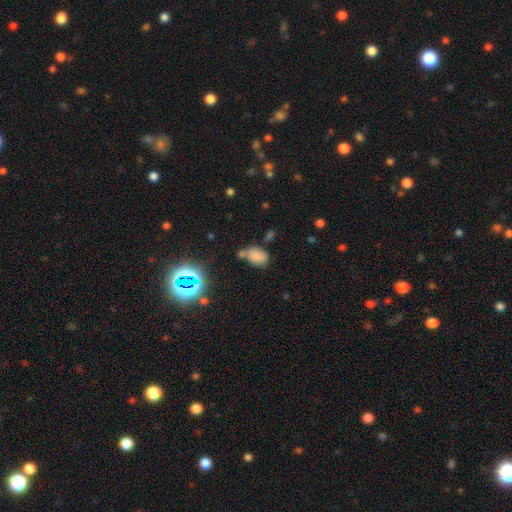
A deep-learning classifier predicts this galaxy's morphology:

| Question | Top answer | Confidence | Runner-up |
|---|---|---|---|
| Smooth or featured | smooth | 75% | star or artifact (17%) |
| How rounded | in between | 81% | round (17%) |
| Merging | none | 53% | merger (21%) |